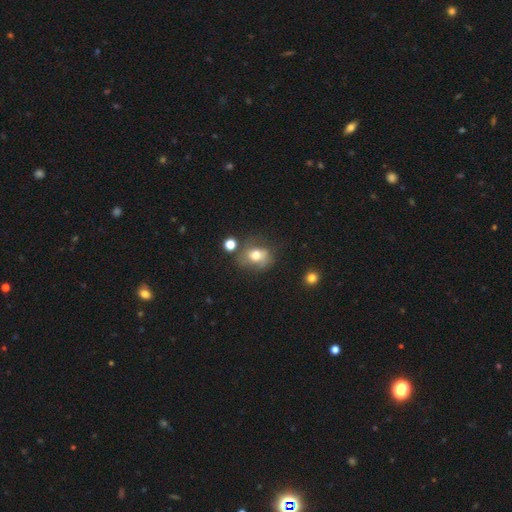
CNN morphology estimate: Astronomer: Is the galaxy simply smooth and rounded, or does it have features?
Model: smooth — 63%.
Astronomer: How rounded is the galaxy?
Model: in between — 55% (runner-up: round, 44%).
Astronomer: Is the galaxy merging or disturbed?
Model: none — 47% (runner-up: minor disturbance, 26%).